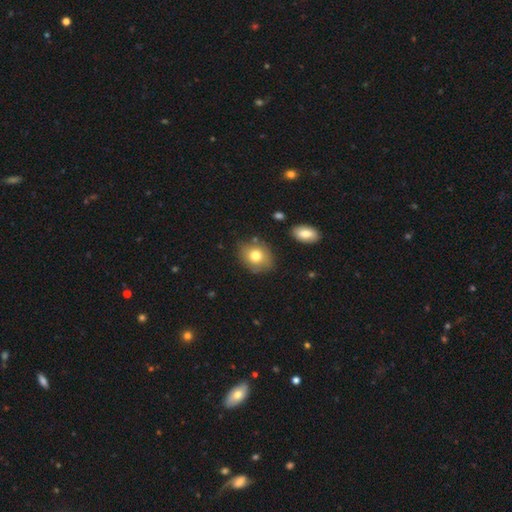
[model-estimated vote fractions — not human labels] Smooth or featured? Predicted: smooth (p=0.76). How rounded? Predicted: round (p=0.52). Merging? Predicted: none (p=0.75).